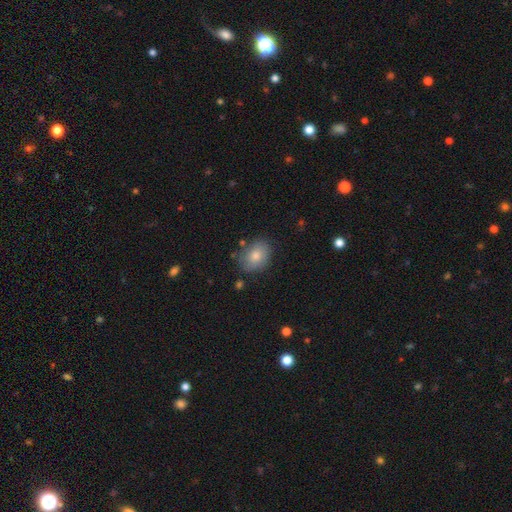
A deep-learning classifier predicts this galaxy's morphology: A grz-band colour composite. It shows a smooth galaxy with no disk features (75%) that is in between round and cigar-shaped (60%). Merging: none (78%).